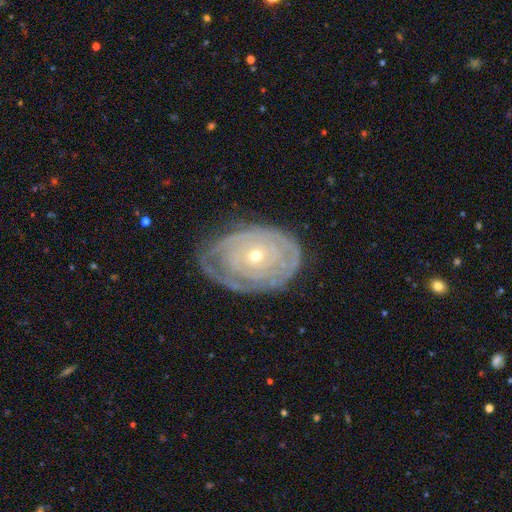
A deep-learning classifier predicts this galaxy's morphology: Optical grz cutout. It shows a featured or disk galaxy (82%) with no bar (85%), tight (86%) spiral arms (84%) and a small central bulge (66%). Merging: none (69%).